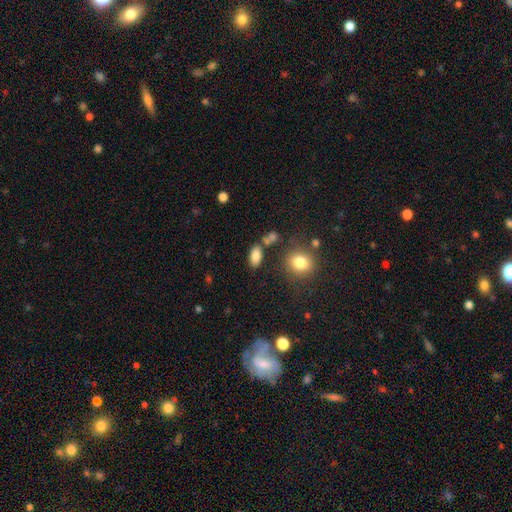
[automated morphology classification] A smooth galaxy with no disk features (83%) that is in between round and cigar-shaped (89%). Merging: none (71%).